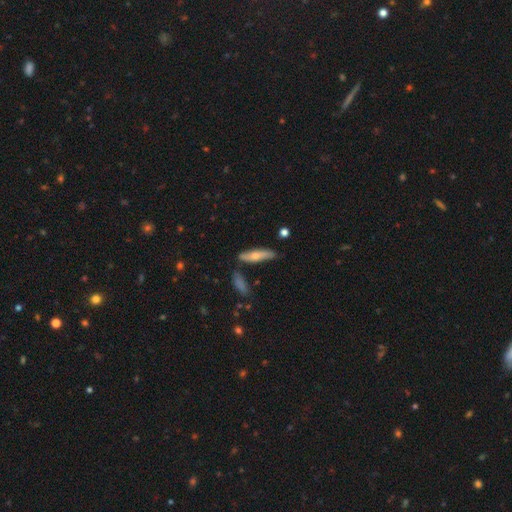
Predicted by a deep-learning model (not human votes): Overall: smooth (63%; featured or disk 31%). How rounded: cigar-shaped (70%). Merging: none (74%).